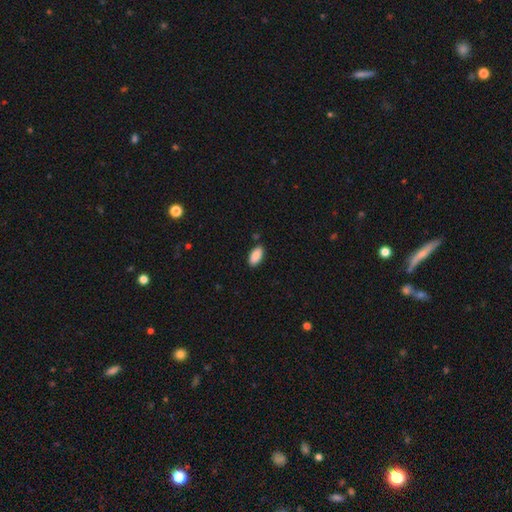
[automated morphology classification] Overall: smooth (89%). How rounded: in between (93%). Merging: none (85%).